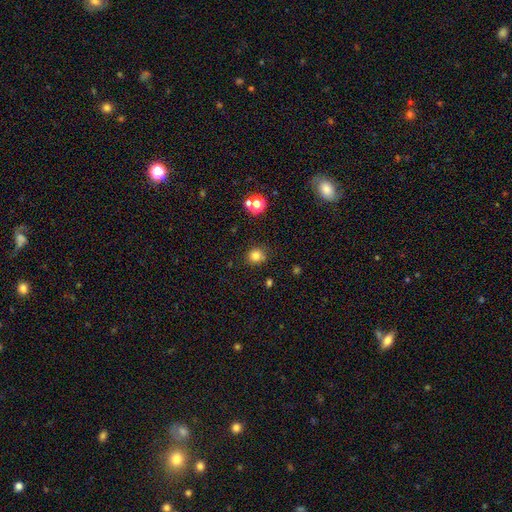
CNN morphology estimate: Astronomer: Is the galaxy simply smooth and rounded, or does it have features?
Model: smooth — 80%.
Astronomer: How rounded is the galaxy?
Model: round — 86%.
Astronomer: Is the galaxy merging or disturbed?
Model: none — 79%.